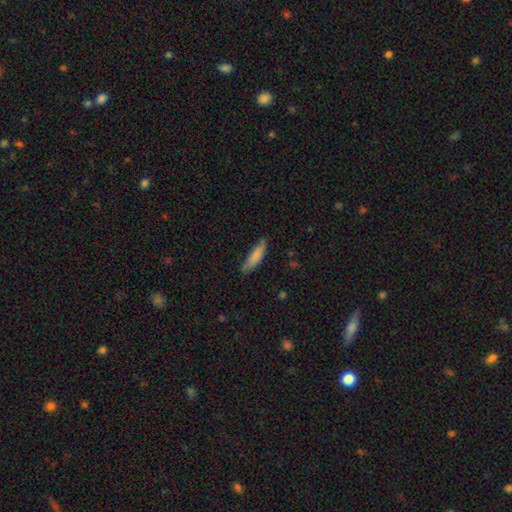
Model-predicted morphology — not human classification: smooth-or-featured: smooth: 82% | featured or disk: 12% | star or artifact: 6%
  how-rounded: cigar-shaped: 67% | in between: 31% | round: 1%
  merging: none: 73% | minor disturbance: 22% | major disturbance: 4% | merger: 2%